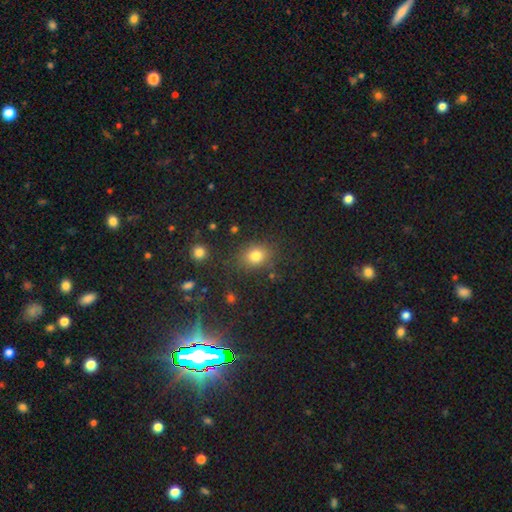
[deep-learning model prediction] A smooth galaxy with no disk features (79%) that is round (51%).

Vote fractions:
- Smooth or featured? smooth: 79% / star or artifact: 14% / featured or disk: 7%
- How rounded? round: 51% / in between: 48% / cigar-shaped: 1%
- Merging? none: 79% / minor disturbance: 13% / major disturbance: 5% / merger: 4%